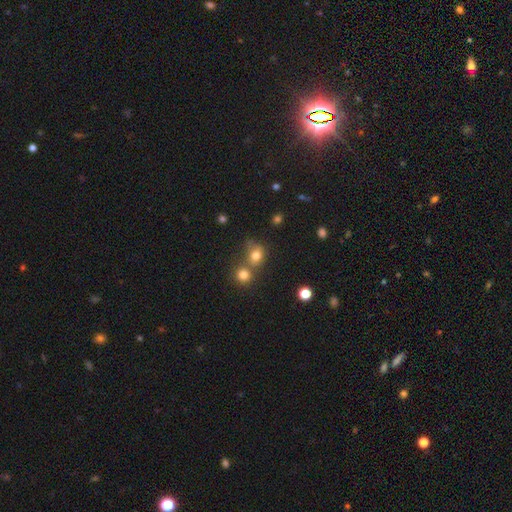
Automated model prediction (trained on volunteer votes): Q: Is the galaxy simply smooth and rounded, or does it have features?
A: smooth — 77%.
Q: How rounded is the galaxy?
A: round — 65%.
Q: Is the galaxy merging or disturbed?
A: none — 44%.